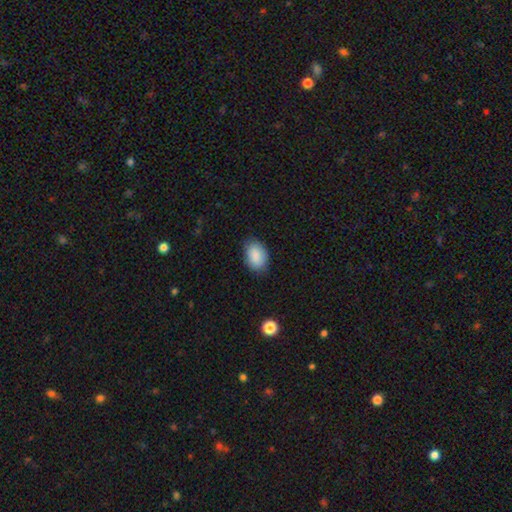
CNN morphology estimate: A smooth galaxy with no disk features (88%) that is in between round and cigar-shaped (88%).

Vote fractions:
- Smooth or featured? smooth: 88% / star or artifact: 7% / featured or disk: 5%
- How rounded? in between: 88% / round: 11% / cigar-shaped: 1%
- Merging? none: 80% / minor disturbance: 16% / major disturbance: 3% / merger: 1%